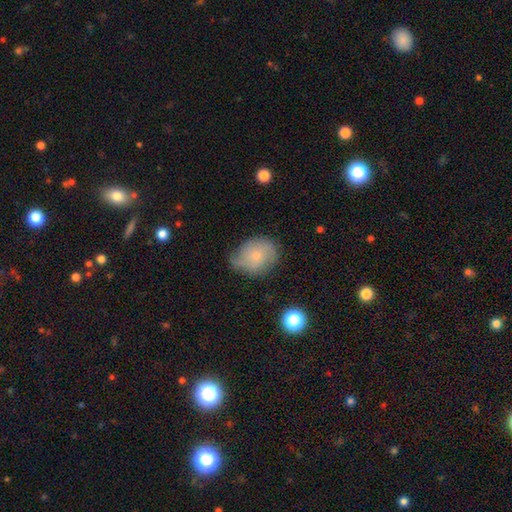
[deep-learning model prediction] This appears to be a smooth galaxy with no disk features (48%). Merging: none (56%).